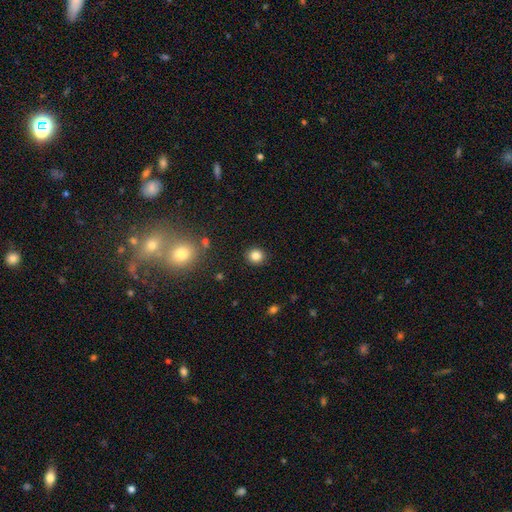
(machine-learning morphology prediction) This appears to be a smooth galaxy with no disk features (84%) that is round (88%). Merging: none (90%).